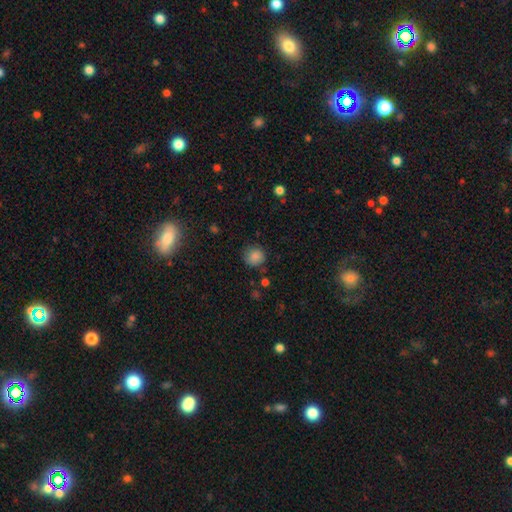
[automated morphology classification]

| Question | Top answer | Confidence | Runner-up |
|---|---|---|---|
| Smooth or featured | smooth | 85% | star or artifact (10%) |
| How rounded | round | 88% | in between (11%) |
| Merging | none | 79% | minor disturbance (15%) |